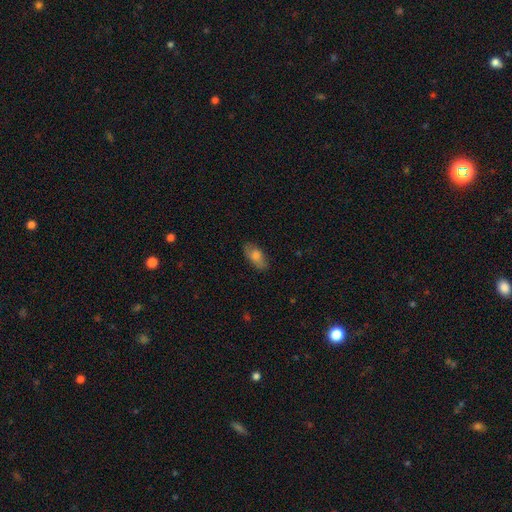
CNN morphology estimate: Smooth or featured? smooth (73%)
How rounded? in between (87%)
Merging? none (80%)